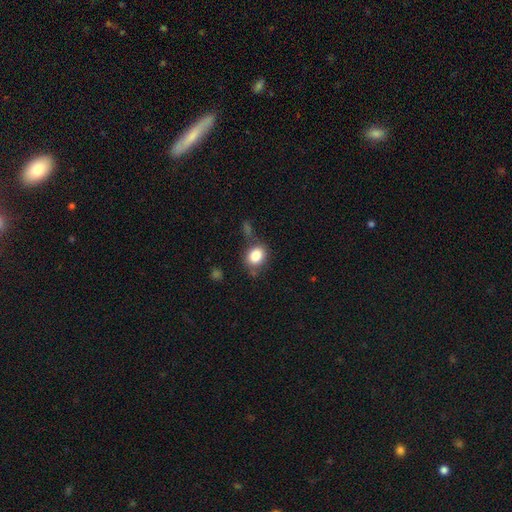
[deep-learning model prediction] Smooth or featured? Predicted: smooth (p=0.84). How rounded? Predicted: in between (p=0.51). Merging? Predicted: none (p=0.69).